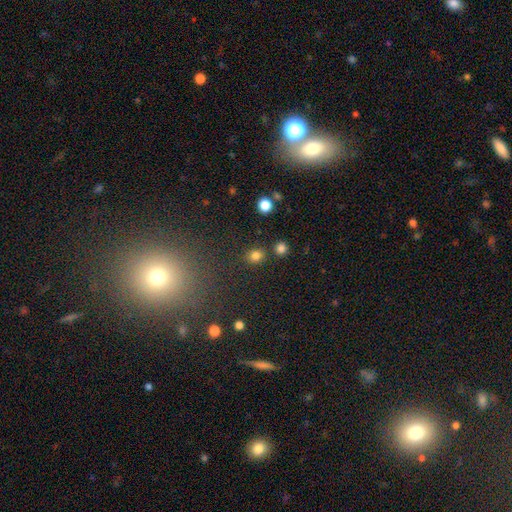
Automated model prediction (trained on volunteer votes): Morphology: type=smooth (81%); roundness=round (71%); merging=none (82%).